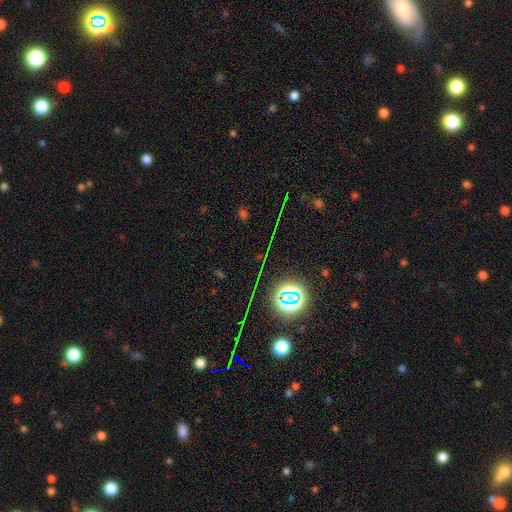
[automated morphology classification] Smooth or featured?
  - star or artifact: 76% *
  - smooth: 15%
  - featured or disk: 9%